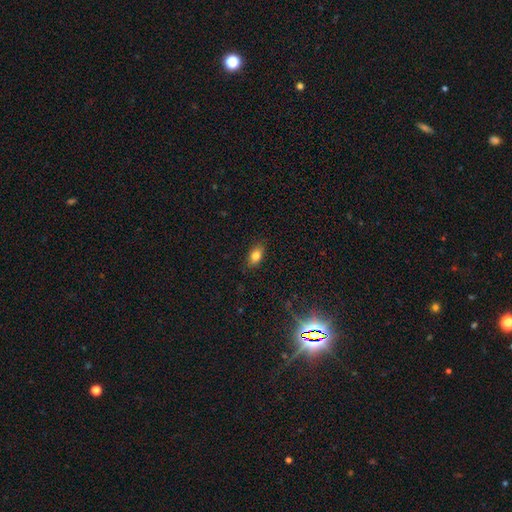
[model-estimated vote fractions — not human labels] smooth 80%, featured or disk 10%, star or artifact 10%. Down the decision tree: how rounded — in between (87%); merging — none (86%).